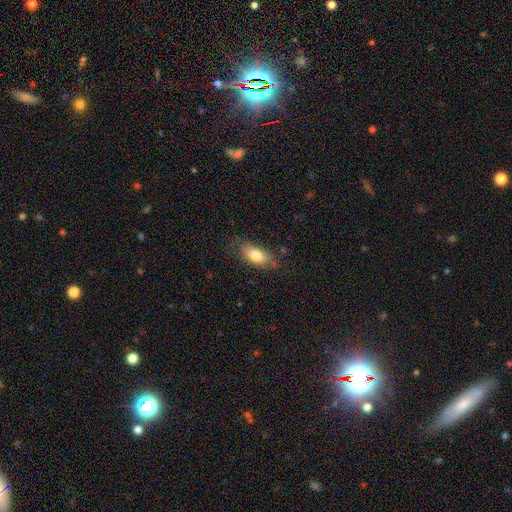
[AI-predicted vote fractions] Morphology: type=smooth (78%); roundness=in between (88%); merging=none (72%).